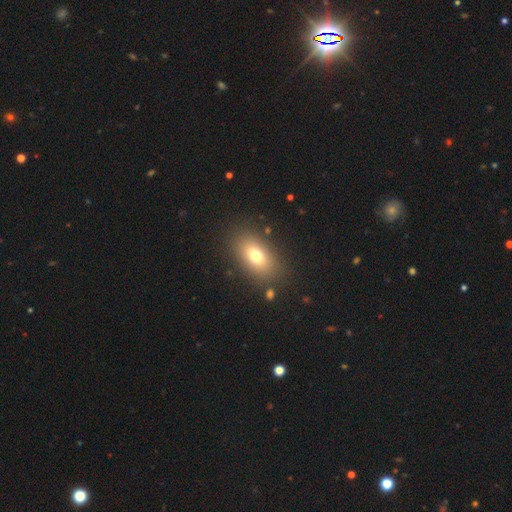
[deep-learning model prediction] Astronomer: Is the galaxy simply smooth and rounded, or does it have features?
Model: smooth — 73%.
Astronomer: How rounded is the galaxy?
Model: in between — 86%.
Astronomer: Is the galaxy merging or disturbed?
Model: none — 84%.